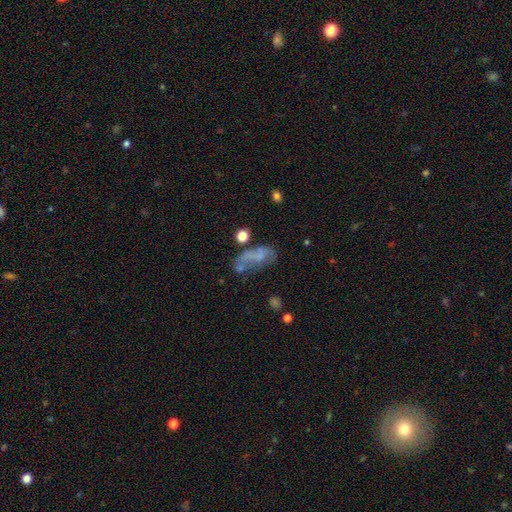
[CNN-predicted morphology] smooth 42%, featured or disk 41%, star or artifact 16%. Down the decision tree: merging — none (31%, tied with major disturbance).